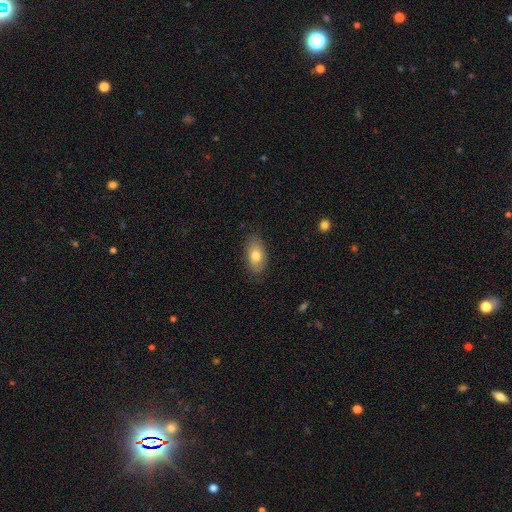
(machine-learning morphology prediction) The model was most divided on "smooth or featured": smooth: 77%, featured or disk: 16%, star or artifact: 7%. More confident: how rounded — in between (91%); merging — none (83%).